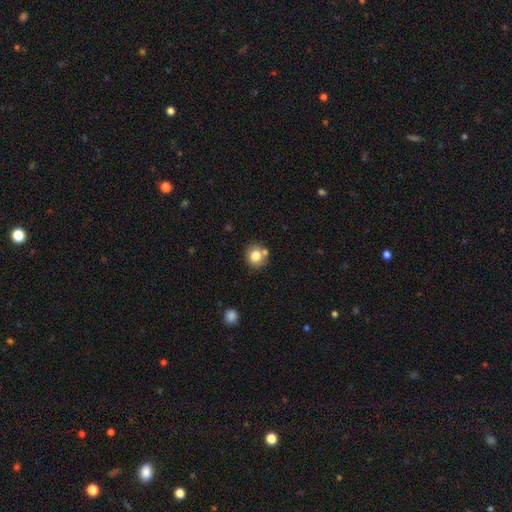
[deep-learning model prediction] Smooth or featured? smooth (79%)
How rounded? round (85%)
Merging? none (70%)